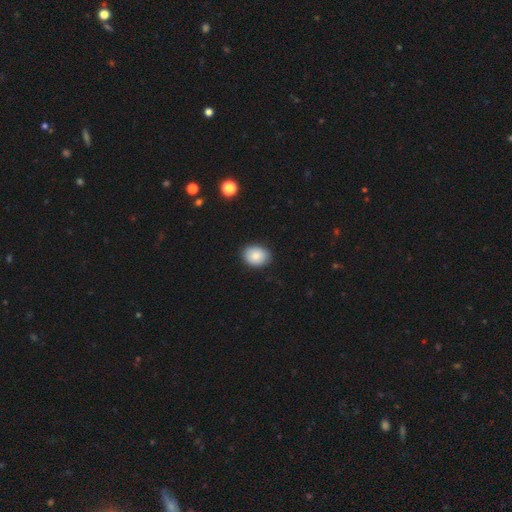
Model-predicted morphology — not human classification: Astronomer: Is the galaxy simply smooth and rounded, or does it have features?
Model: smooth — 86%.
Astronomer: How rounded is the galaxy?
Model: in between — 58% (runner-up: round, 41%).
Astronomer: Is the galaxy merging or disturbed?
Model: none — 87%.